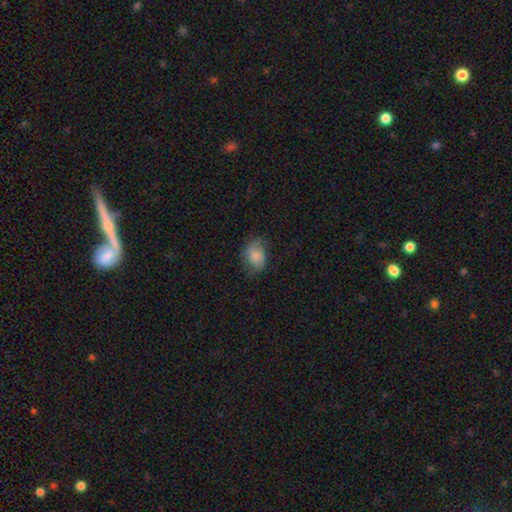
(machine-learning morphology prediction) smooth-or-featured: smooth: 71% | featured or disk: 20% | star or artifact: 9%
  how-rounded: in between: 66% | round: 33% | cigar-shaped: 1%
  merging: none: 58% | minor disturbance: 27% | major disturbance: 14% | merger: 1%